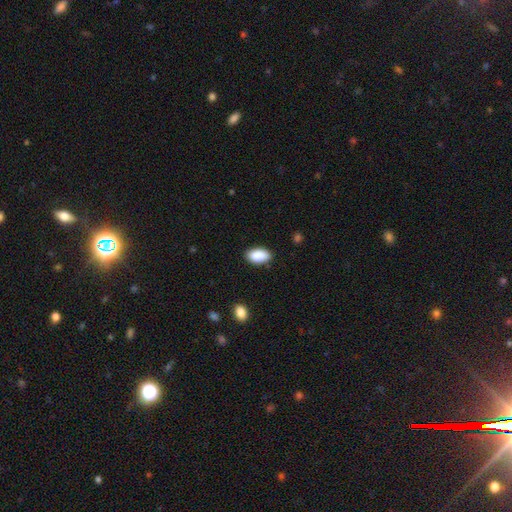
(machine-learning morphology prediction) Smooth or featured? Predicted: smooth (p=0.90). How rounded? Predicted: in between (p=0.94). Merging? Predicted: none (p=0.87).